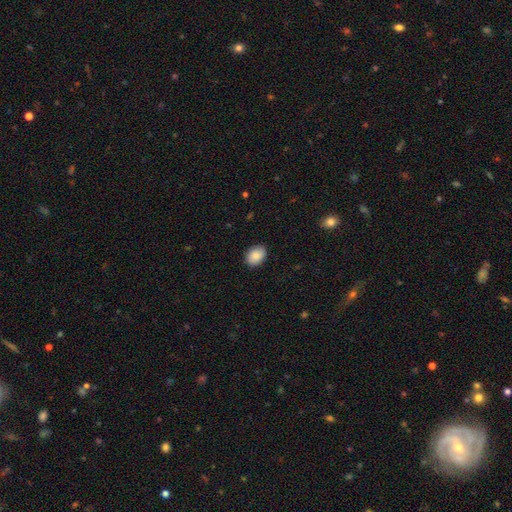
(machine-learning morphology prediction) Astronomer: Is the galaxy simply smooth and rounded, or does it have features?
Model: smooth — 86%.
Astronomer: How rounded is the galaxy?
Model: in between — 77%.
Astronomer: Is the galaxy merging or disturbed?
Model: none — 88%.